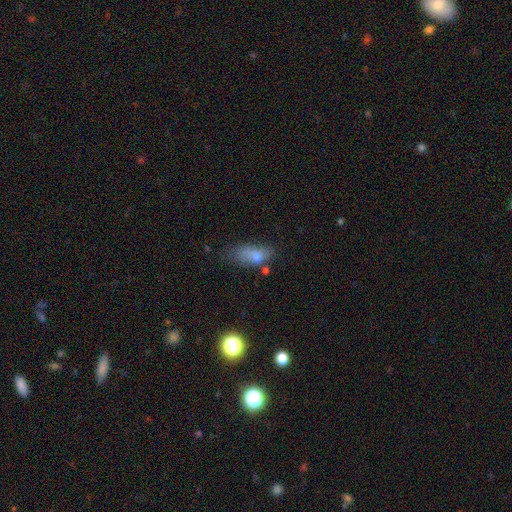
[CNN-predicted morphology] This appears to be a smooth galaxy with no disk features (70%) that is in between round and cigar-shaped (78%). Merging: none (44%).